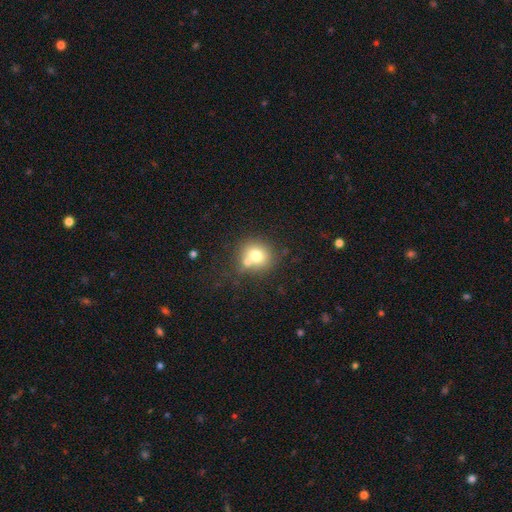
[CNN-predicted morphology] Smooth or featured?
  - smooth: 73% *
  - featured or disk: 15%
  - star or artifact: 12%
How rounded?
  - round: 84% *
  - in between: 15%
  - cigar-shaped: 1%
Merging?
  - none: 55% *
  - merger: 30%
  - minor disturbance: 11%
  - major disturbance: 4%